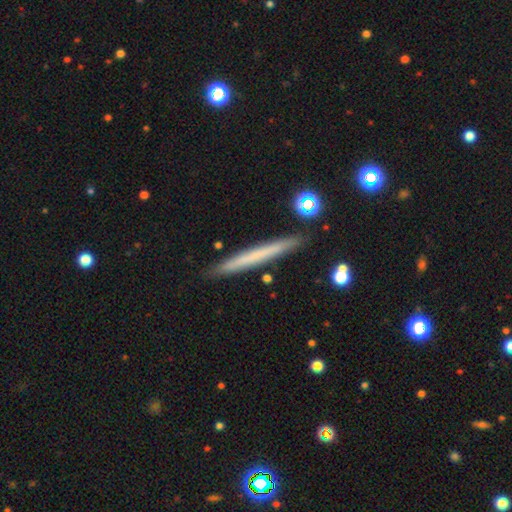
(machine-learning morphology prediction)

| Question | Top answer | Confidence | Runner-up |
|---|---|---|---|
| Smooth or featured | smooth | 55% | featured or disk (38%) |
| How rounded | cigar-shaped | 97% | in between (2%) |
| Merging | none | 90% | minor disturbance (7%) |